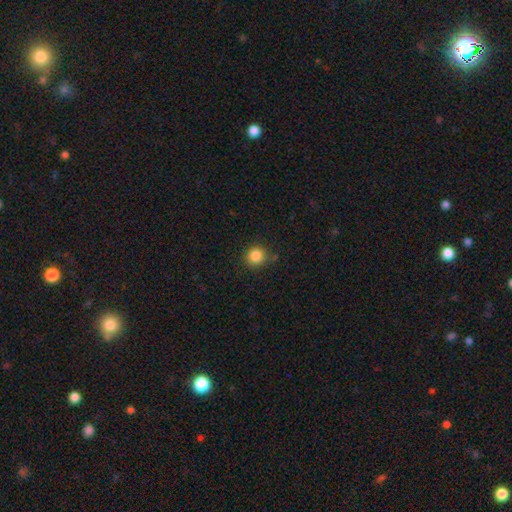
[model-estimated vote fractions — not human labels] smooth_or_featured: smooth (p=0.85) [alt: star or artifact p=0.11]
how_rounded: round (p=0.92) [alt: in between p=0.07]
merging: none (p=0.85) [alt: minor disturbance p=0.10]